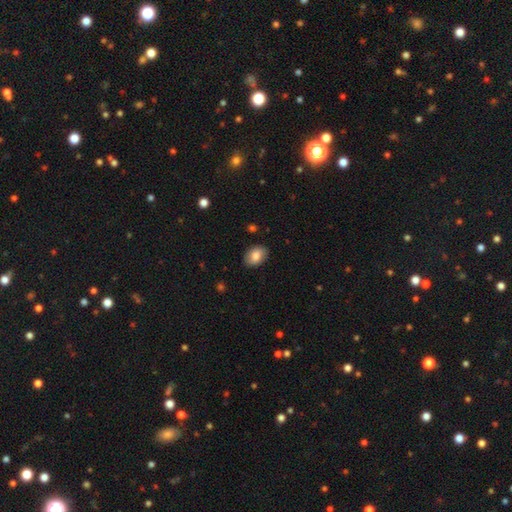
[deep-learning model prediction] smooth_or_featured: smooth (p=0.83) [alt: featured or disk p=0.10]
how_rounded: in between (p=0.81) [alt: round p=0.18]
merging: none (p=0.87) [alt: minor disturbance p=0.10]